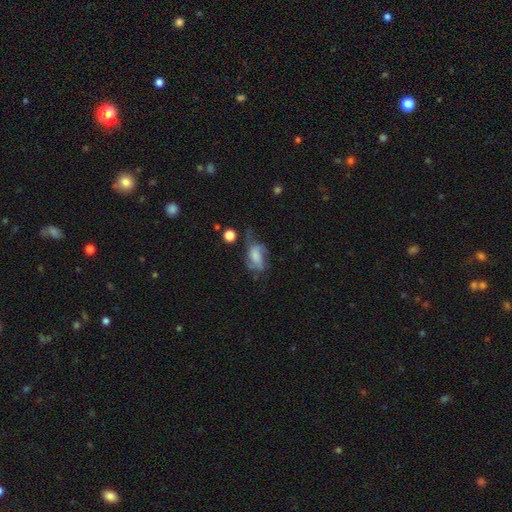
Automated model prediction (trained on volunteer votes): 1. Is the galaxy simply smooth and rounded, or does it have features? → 52% featured or disk, 37% smooth, 11% star or artifact.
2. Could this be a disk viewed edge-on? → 95% no, 5% yes.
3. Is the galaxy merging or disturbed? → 36% major disturbance, 34% none, 26% minor disturbance, 5% merger.